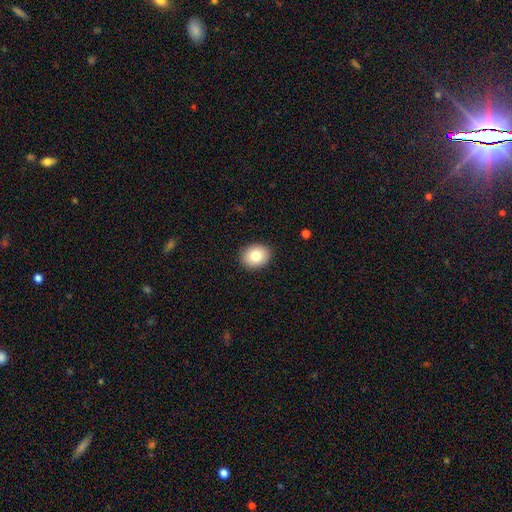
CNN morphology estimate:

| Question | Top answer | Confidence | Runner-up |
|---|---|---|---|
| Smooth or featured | smooth | 81% | featured or disk (10%) |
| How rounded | round | 54% | in between (45%) |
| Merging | none | 91% | minor disturbance (7%) |